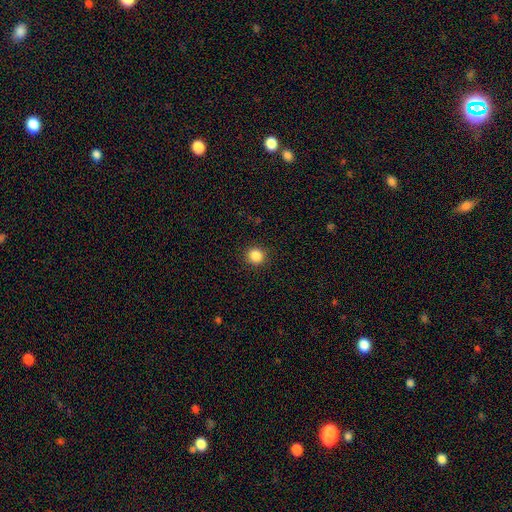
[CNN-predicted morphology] Smooth or featured: smooth — 86% (star or artifact — 10%)
How rounded: round — 89% (in between — 10%)
Merging: none — 90% (minor disturbance — 6%)